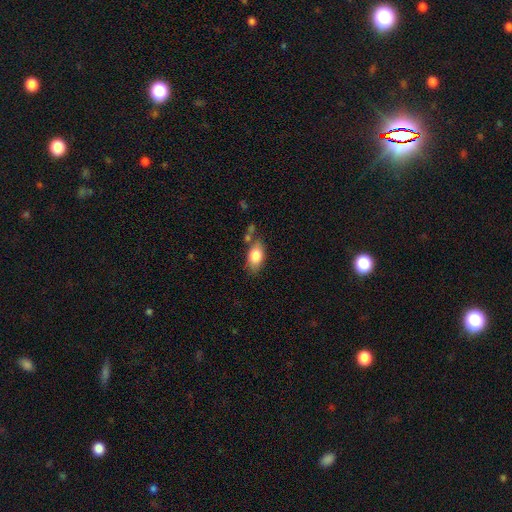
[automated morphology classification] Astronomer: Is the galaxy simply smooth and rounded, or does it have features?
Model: smooth — 80%.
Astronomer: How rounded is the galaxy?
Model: in between — 88%.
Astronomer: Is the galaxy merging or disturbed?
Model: none — 63%.